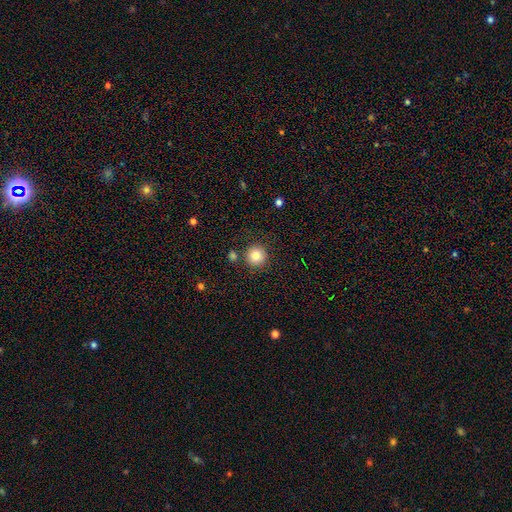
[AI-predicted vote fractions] A smooth galaxy with no disk features (84%) that is round (95%).

Vote fractions:
- Smooth or featured? smooth: 84% / star or artifact: 10% / featured or disk: 6%
- How rounded? round: 95% / in between: 4% / cigar-shaped: 1%
- Merging? none: 85% / minor disturbance: 7% / merger: 5% / major disturbance: 2%